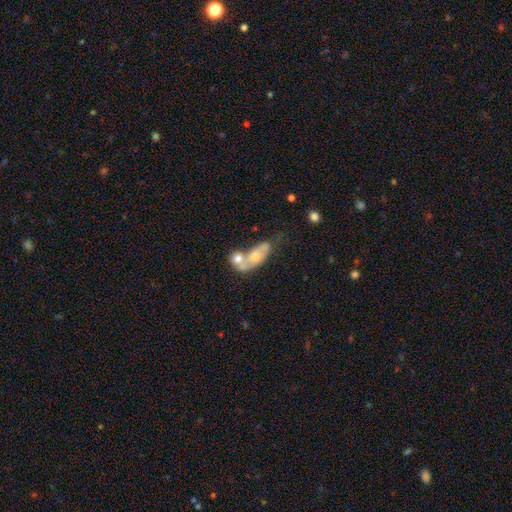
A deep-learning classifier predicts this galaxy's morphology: A smooth galaxy with no disk features (59%) that is in between round and cigar-shaped (72%). Merging: merger (65%).